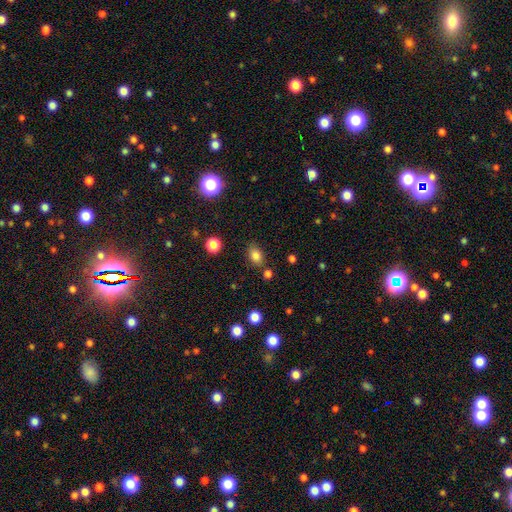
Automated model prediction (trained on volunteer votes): A smooth galaxy with no disk features (82%) that is in between round and cigar-shaped (72%). Merging: none (76%).